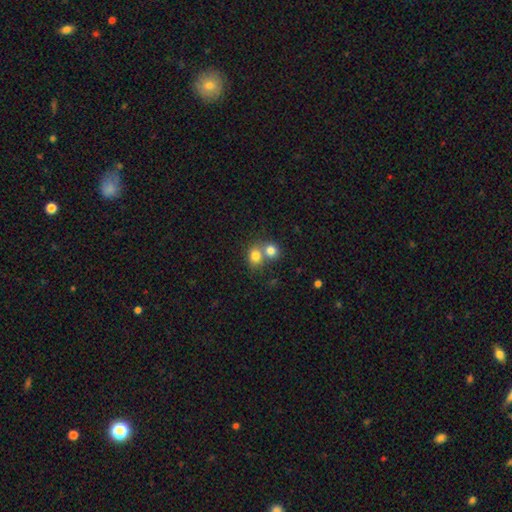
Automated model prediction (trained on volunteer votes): The model was most divided on "merging": merger: 55%, none: 36%, minor disturbance: 6%, major disturbance: 3%. More confident: smooth or featured — smooth (79%); how rounded — round (70%).